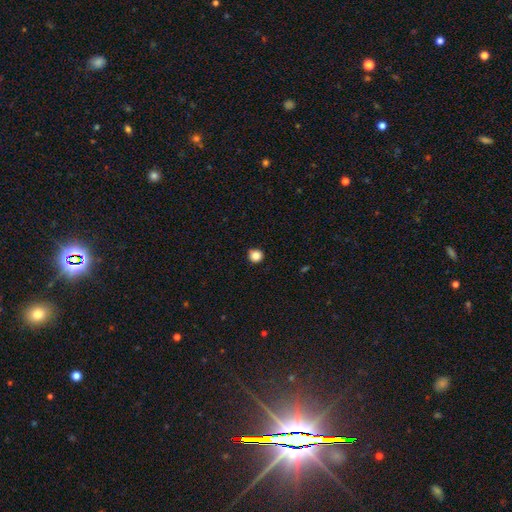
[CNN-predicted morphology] smooth-or-featured: smooth: 86% | star or artifact: 11% | featured or disk: 4%
  how-rounded: round: 92% | in between: 8% | cigar-shaped: 1%
  merging: none: 89% | minor disturbance: 8% | major disturbance: 2% | merger: 1%